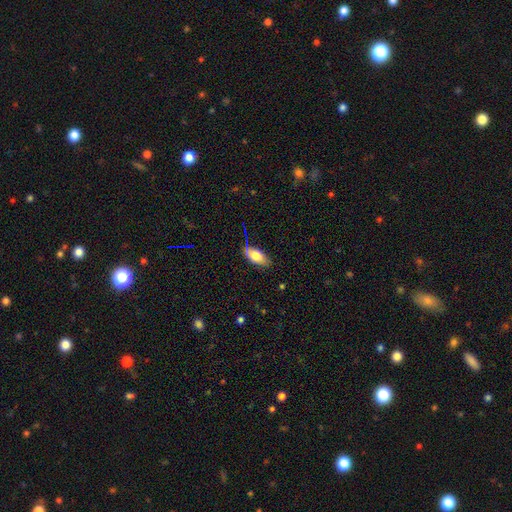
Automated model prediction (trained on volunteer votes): smooth-or-featured: smooth: 74% | featured or disk: 19% | star or artifact: 7%
  how-rounded: in between: 90% | cigar-shaped: 7% | round: 4%
  merging: none: 57% | minor disturbance: 26% | major disturbance: 10% | merger: 6%